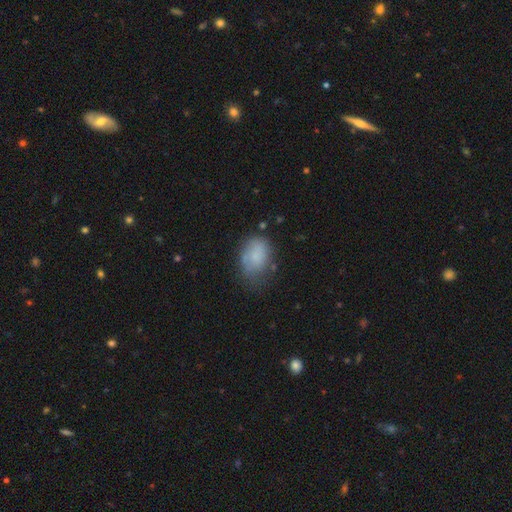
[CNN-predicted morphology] This appears to be a smooth galaxy with no disk features (74%) that is in between round and cigar-shaped (78%). Merging: none (47%).